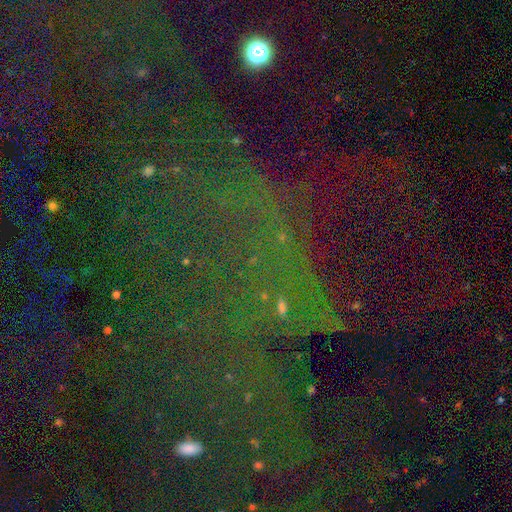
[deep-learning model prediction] Smooth or featured? star or artifact (73%)